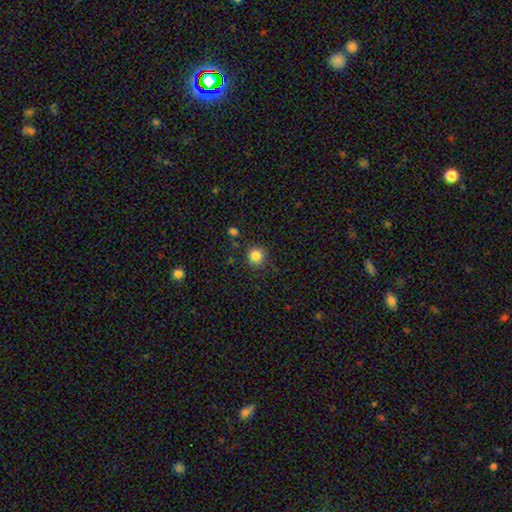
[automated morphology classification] Overall: smooth (84%). How rounded: round (93%). Merging: none (87%).